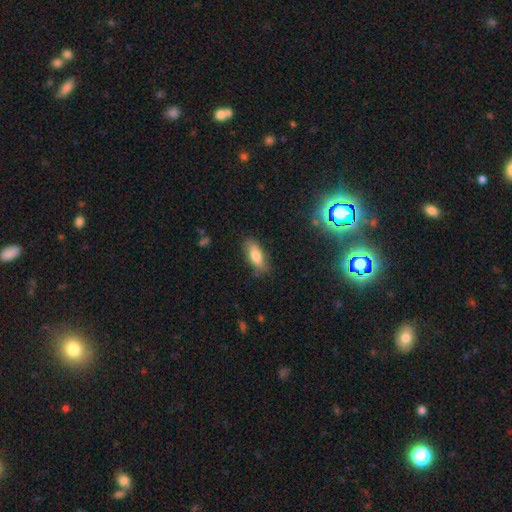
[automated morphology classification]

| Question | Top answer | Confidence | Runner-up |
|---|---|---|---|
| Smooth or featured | smooth | 74% | featured or disk (18%) |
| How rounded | in between | 74% | cigar-shaped (23%) |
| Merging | none | 81% | minor disturbance (15%) |